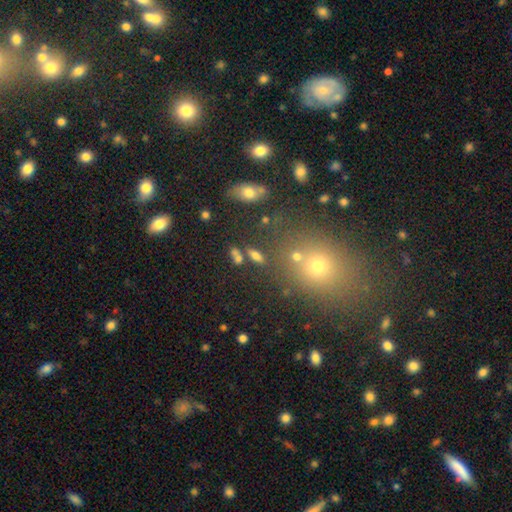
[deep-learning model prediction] Morphology: type=smooth (65%); roundness=in between (70%); merging=none (67%).